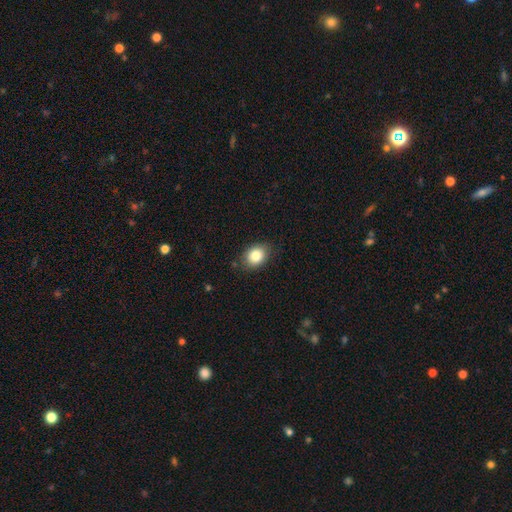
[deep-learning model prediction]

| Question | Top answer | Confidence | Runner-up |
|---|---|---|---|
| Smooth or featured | smooth | 83% | star or artifact (9%) |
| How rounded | in between | 59% | round (40%) |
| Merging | none | 82% | minor disturbance (14%) |